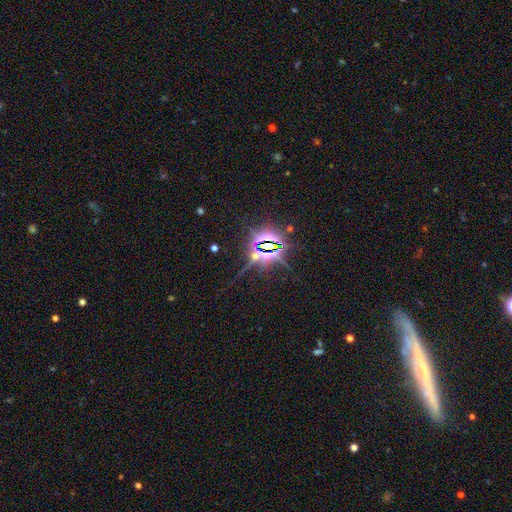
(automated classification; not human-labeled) Q: Smooth or featured?
A: star or artifact (81%); runner-up: featured or disk (10%)